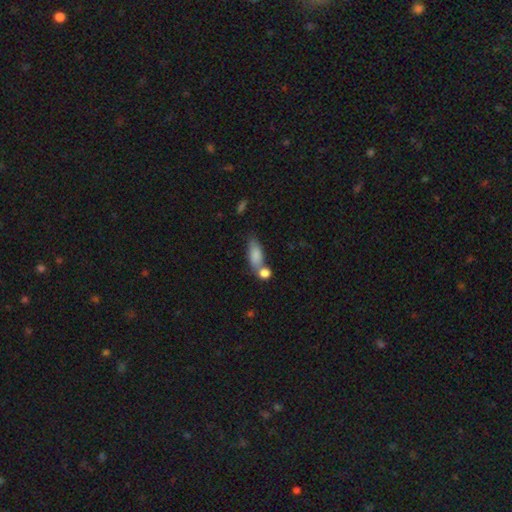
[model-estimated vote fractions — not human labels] smooth_or_featured: smooth (p=0.83) [alt: featured or disk p=0.09]
how_rounded: in between (p=0.77) [alt: cigar-shaped p=0.18]
merging: none (p=0.45) [alt: merger p=0.34]